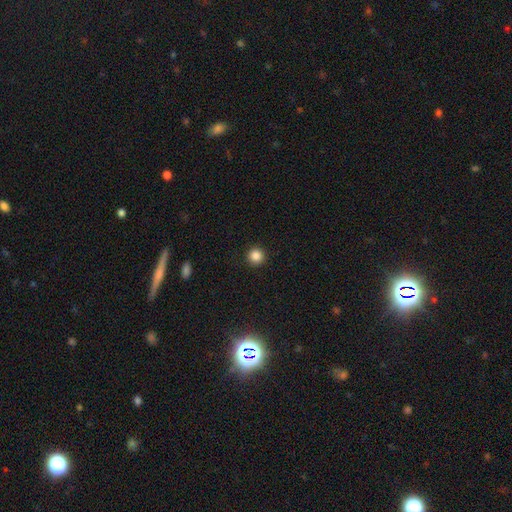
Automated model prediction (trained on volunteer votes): A smooth galaxy with no disk features (86%) that is round (95%).

Vote fractions:
- Smooth or featured? smooth: 86% / star or artifact: 11% / featured or disk: 3%
- How rounded? round: 95% / in between: 4% / cigar-shaped: 1%
- Merging? none: 93% / minor disturbance: 4% / major disturbance: 2% / merger: 1%